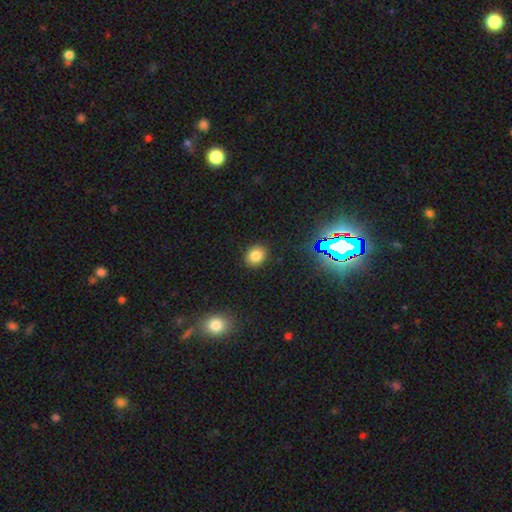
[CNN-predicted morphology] smooth_or_featured: smooth (p=0.80) [alt: star or artifact p=0.14]
how_rounded: round (p=0.66) [alt: in between p=0.33]
merging: none (p=0.90) [alt: minor disturbance p=0.07]